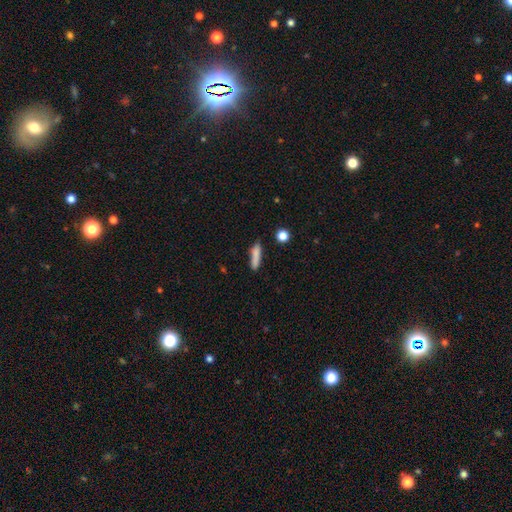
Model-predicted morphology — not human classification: type=smooth (82%); roundness=cigar-shaped (77%); merging=none (73%).